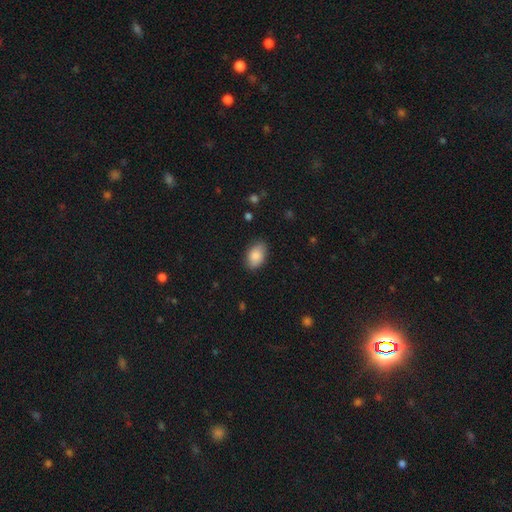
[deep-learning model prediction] smooth 87%, featured or disk 7%, star or artifact 7%. Down the decision tree: how rounded — in between (89%); merging — none (83%).